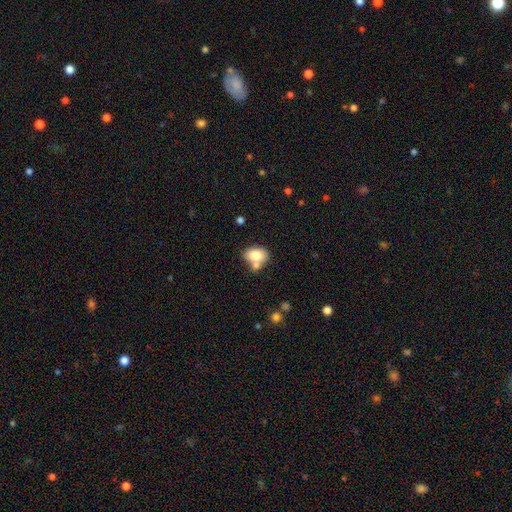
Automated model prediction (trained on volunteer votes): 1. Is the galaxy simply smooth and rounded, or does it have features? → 78% smooth, 14% featured or disk, 8% star or artifact.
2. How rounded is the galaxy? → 78% in between, 21% round, 1% cigar-shaped.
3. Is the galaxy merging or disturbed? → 48% none, 34% merger, 14% minor disturbance, 4% major disturbance.